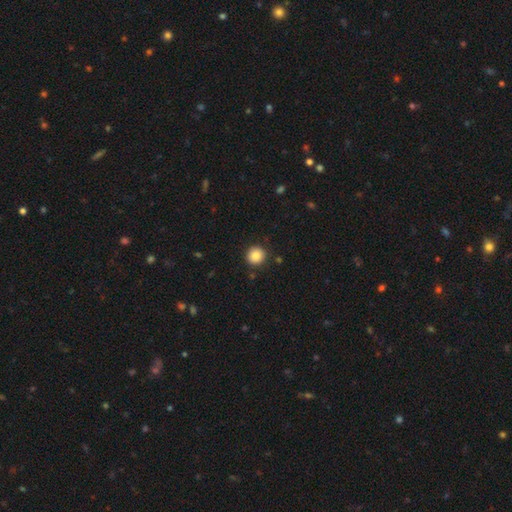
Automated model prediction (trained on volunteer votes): Q: Smooth or featured?
A: smooth (85%); runner-up: star or artifact (10%)
Q: How rounded?
A: round (94%); runner-up: in between (5%)
Q: Merging?
A: none (91%); runner-up: minor disturbance (6%)